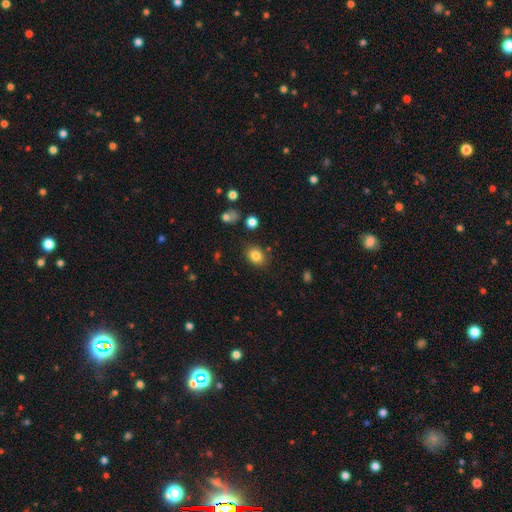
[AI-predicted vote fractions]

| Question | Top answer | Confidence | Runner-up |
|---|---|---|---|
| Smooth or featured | smooth | 83% | star or artifact (10%) |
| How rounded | in between | 58% | round (41%) |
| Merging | none | 83% | minor disturbance (11%) |